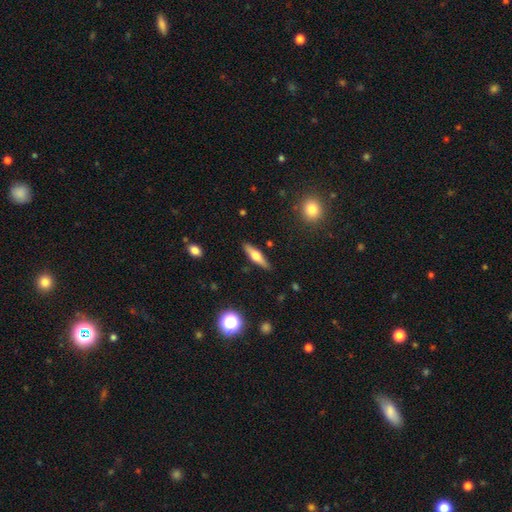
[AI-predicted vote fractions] Morphology: type=featured or disk (48%); merging=none (88%).